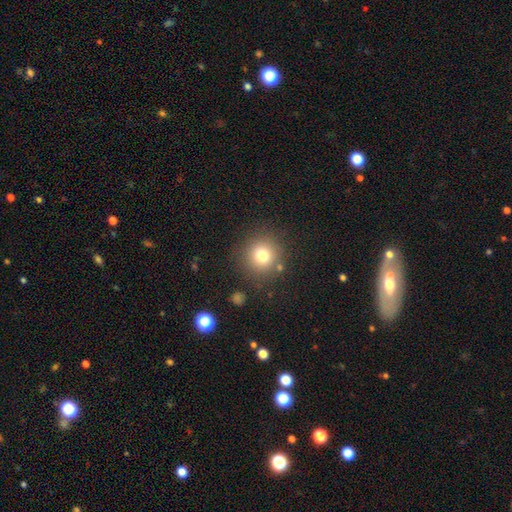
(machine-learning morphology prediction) This appears to be a smooth galaxy with no disk features (74%) that is round (93%). Merging: none (87%).